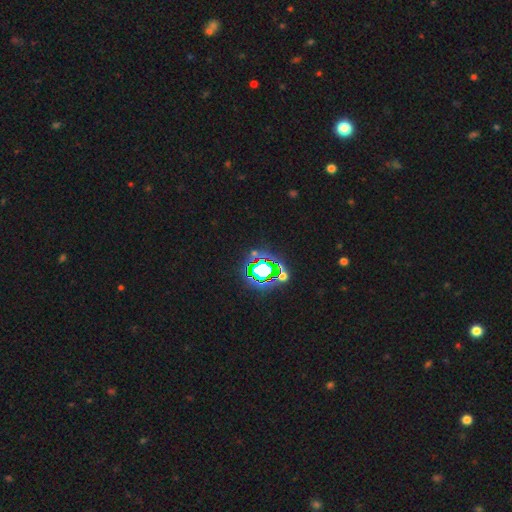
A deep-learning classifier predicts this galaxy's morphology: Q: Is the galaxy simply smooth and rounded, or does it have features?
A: star or artifact — 77%.